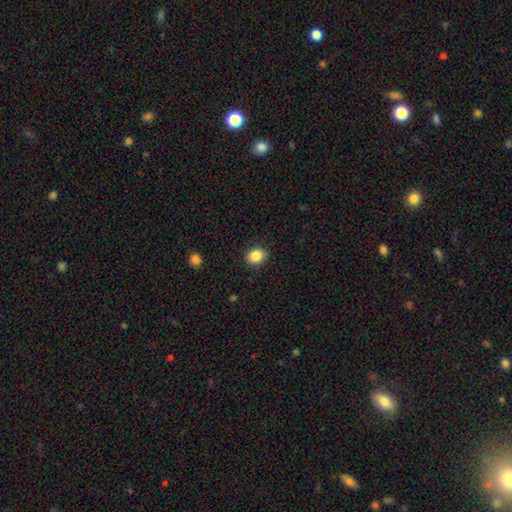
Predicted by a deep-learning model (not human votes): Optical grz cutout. It shows a smooth galaxy with no disk features (86%) that is round (53%). Merging: none (88%).